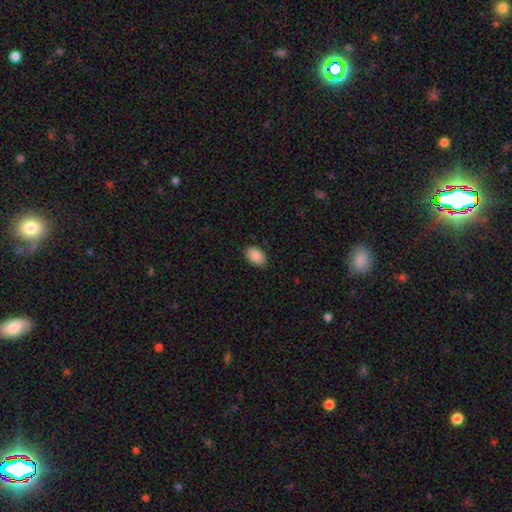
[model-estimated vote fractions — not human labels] smooth 89%, star or artifact 7%, featured or disk 4%. Down the decision tree: how rounded — in between (87%); merging — none (88%).